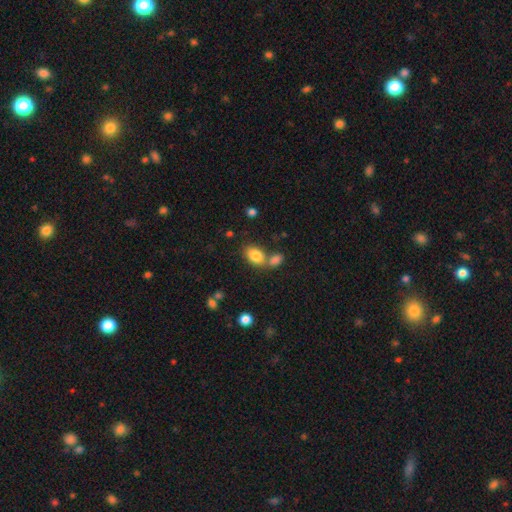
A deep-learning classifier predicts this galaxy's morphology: Smooth or featured? Predicted: smooth (p=0.83). How rounded? Predicted: in between (p=0.85). Merging? Predicted: none (p=0.50).